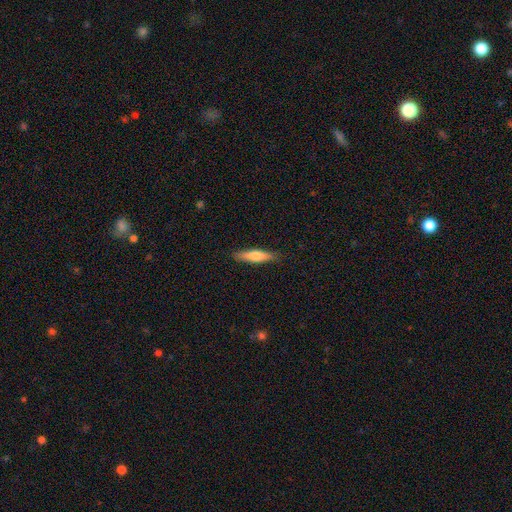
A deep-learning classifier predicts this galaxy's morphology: A smooth galaxy with no disk features (62%) that is cigar-shaped (80%). Merging: none (88%).